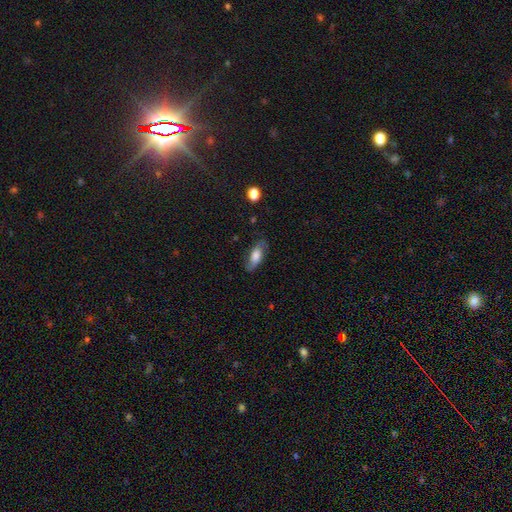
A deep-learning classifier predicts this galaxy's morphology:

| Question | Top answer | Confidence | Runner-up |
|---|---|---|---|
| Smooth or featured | smooth | 53% | featured or disk (39%) |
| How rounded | in between | 77% | cigar-shaped (19%) |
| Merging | none | 75% | minor disturbance (18%) |